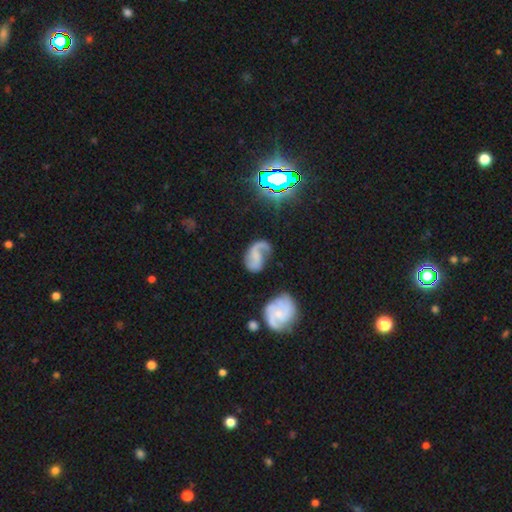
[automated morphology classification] Smooth or featured?
  - featured or disk: 74% *
  - smooth: 17%
  - star or artifact: 9%
Edge-on disk?
  - no: 98% *
  - yes: 2%
Bar?
  - no: 52% *
  - weak: 35%
  - strong: 13%
Spiral arms?
  - yes: 92% *
  - no: 8%
Spiral winding?
  - loose: 56% *
  - medium: 33%
  - tight: 11%
Spiral arm count?
  - 2: 62% *
  - 1: 32%
  - can't tell: 4%
  - 3: 1%
  - 4: 1%
  - more than 4: 1%
Bulge size?
  - none: 54% *
  - small: 29%
  - moderate: 12%
  - large: 3%
  - dominant: 2%
Merging?
  - none: 42% *
  - major disturbance: 27%
  - minor disturbance: 23%
  - merger: 8%